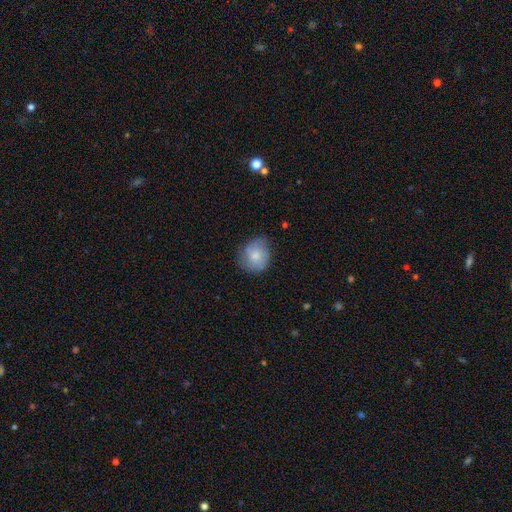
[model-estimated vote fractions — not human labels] Morphology: type=smooth (75%); roundness=round (75%); merging=none (67%).